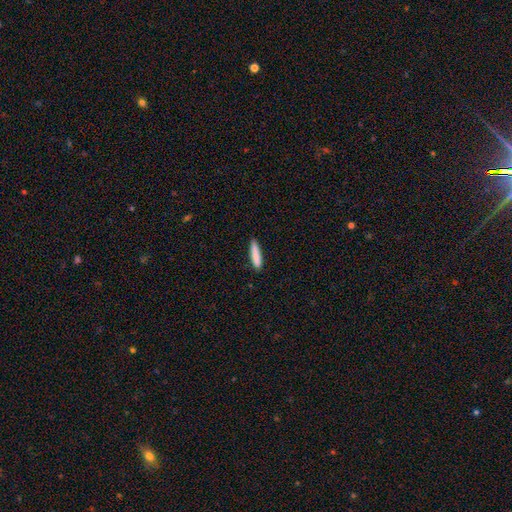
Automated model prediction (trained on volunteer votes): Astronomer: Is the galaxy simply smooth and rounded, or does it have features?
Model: smooth — 86%.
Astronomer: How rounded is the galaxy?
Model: cigar-shaped — 87%.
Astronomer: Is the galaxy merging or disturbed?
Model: none — 88%.